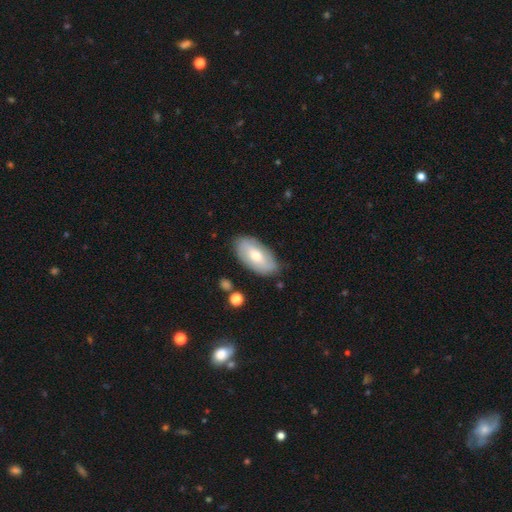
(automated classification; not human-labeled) smooth 59%, featured or disk 35%, star or artifact 6%. Down the decision tree: how rounded — in between (93%); merging — none (80%).